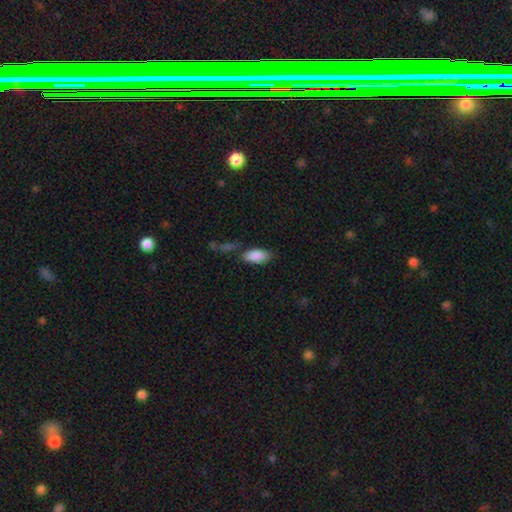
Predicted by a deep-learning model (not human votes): This appears to be a smooth galaxy with no disk features (88%) that is in between round and cigar-shaped (91%). Merging: none (70%).